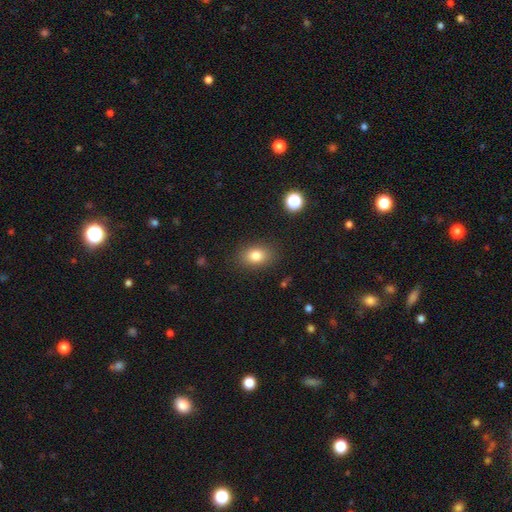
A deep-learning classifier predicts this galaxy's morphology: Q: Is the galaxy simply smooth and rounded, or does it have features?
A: smooth — 82%.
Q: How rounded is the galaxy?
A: in between — 73%.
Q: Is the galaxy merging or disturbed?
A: none — 85%.